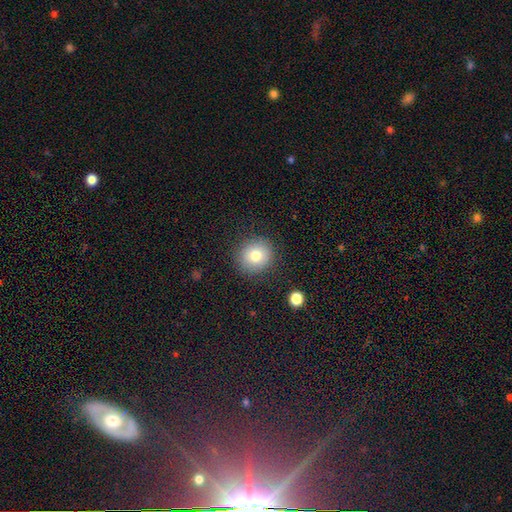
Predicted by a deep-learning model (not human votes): A smooth galaxy with no disk features (77%) that is round (90%). Merging: none (88%).